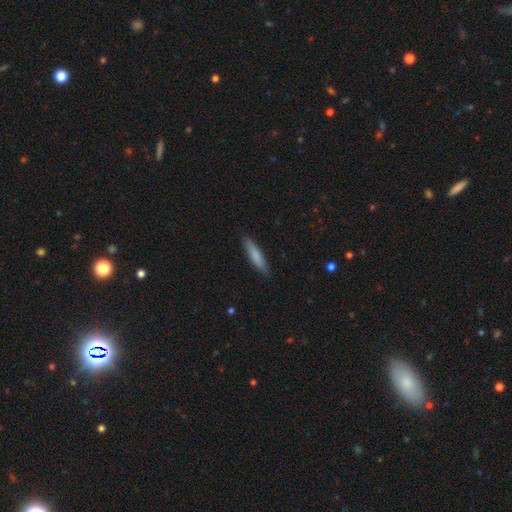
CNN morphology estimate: type=smooth (79%); roundness=cigar-shaped (84%); merging=none (87%).